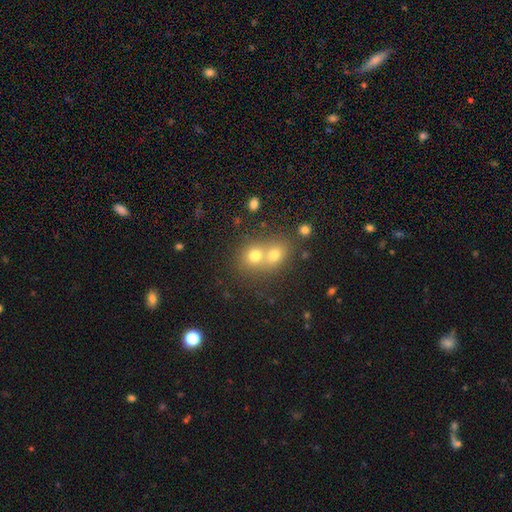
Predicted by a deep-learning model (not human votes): smooth-or-featured: smooth: 68% | star or artifact: 16% | featured or disk: 16%
  how-rounded: round: 74% | in between: 25% | cigar-shaped: 1%
  merging: merger: 63% | none: 29% | minor disturbance: 5% | major disturbance: 2%